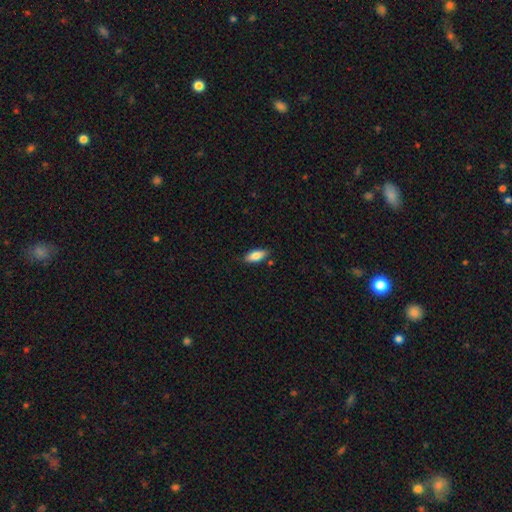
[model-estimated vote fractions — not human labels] The model was most divided on "how rounded": in between: 80%, cigar-shaped: 18%, round: 2%. More confident: merging — none (84%); smooth or featured — smooth (80%).